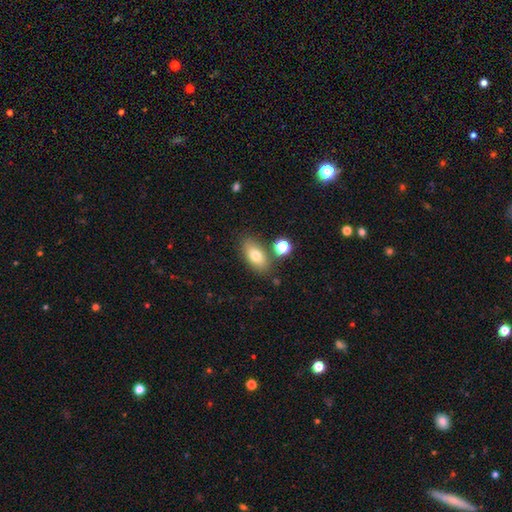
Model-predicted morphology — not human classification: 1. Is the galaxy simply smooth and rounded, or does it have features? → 76% smooth, 15% featured or disk, 9% star or artifact.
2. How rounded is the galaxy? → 86% in between, 7% cigar-shaped, 7% round.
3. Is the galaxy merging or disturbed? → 77% none, 12% minor disturbance, 7% merger, 3% major disturbance.